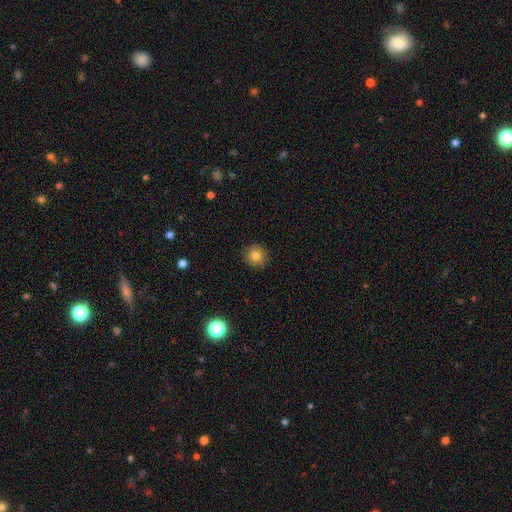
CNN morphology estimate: Smooth or featured? Predicted: smooth (p=0.81). How rounded? Predicted: round (p=0.93). Merging? Predicted: none (p=0.91).